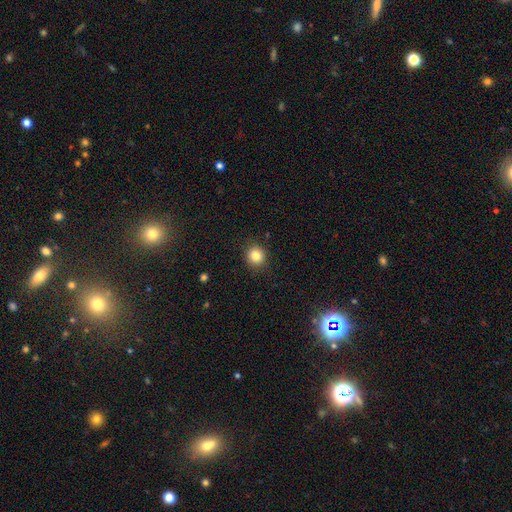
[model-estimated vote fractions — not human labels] Smooth or featured?
  - smooth: 82% *
  - star or artifact: 11%
  - featured or disk: 6%
How rounded?
  - round: 88% *
  - in between: 11%
  - cigar-shaped: 1%
Merging?
  - none: 89% *
  - minor disturbance: 7%
  - major disturbance: 2%
  - merger: 1%